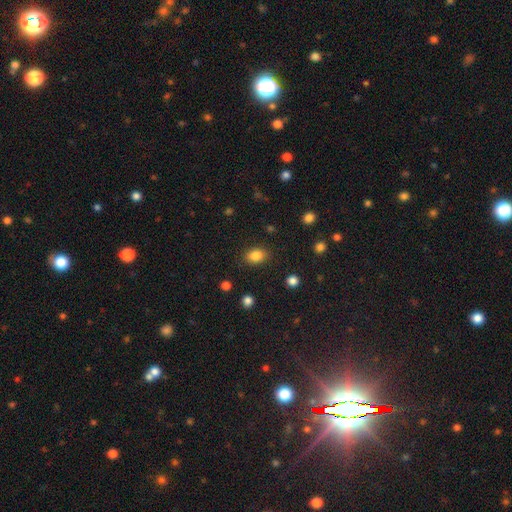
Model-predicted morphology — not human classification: Smooth or featured? smooth (85%)
How rounded? in between (73%)
Merging? none (86%)